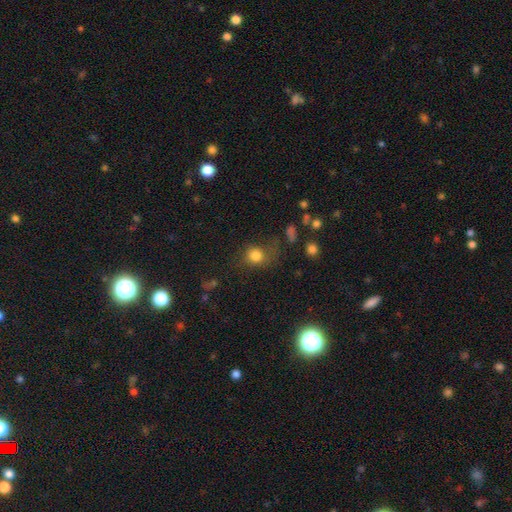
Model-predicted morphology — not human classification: Smooth or featured? Predicted: smooth (p=0.80). How rounded? Predicted: round (p=0.76). Merging? Predicted: none (p=0.54).